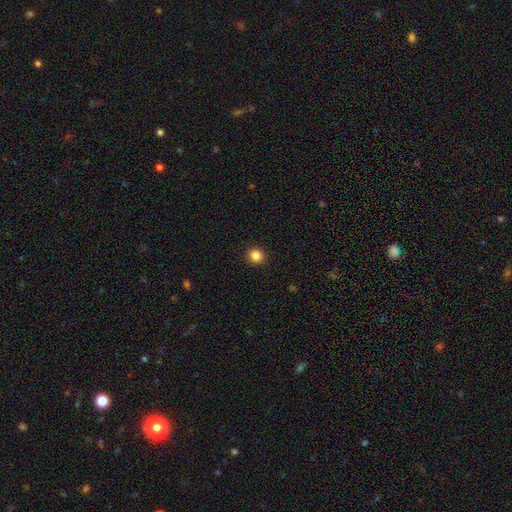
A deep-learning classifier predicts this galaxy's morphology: Smooth or featured: smooth — 86% (star or artifact — 11%)
How rounded: round — 92% (in between — 7%)
Merging: none — 92% (minor disturbance — 5%)